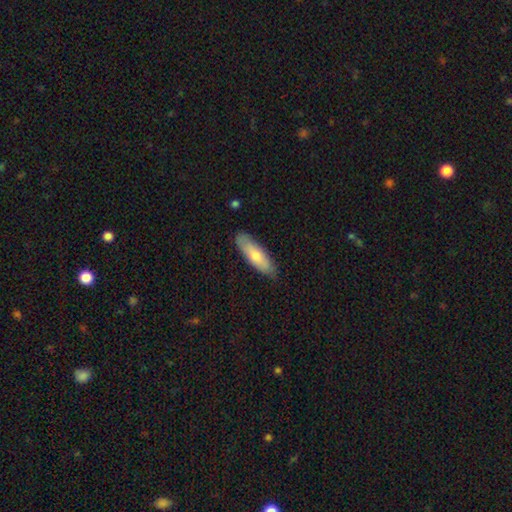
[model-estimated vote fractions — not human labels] smooth-or-featured: smooth: 71% | featured or disk: 24% | star or artifact: 5%
  how-rounded: in between: 50% | cigar-shaped: 48% | round: 2%
  merging: none: 84% | minor disturbance: 12% | major disturbance: 2% | merger: 1%